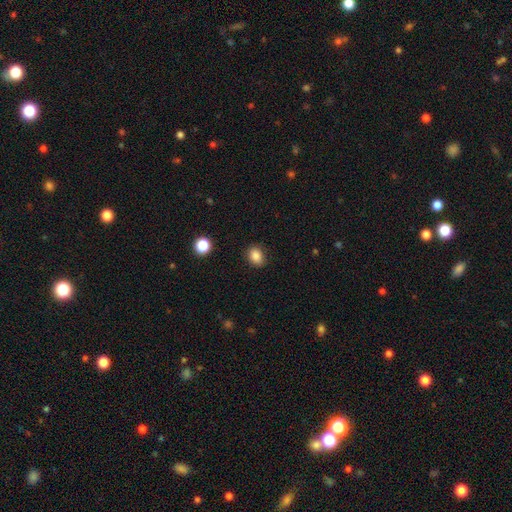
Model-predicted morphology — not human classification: type=smooth (86%); roundness=in between (63%); merging=none (87%).